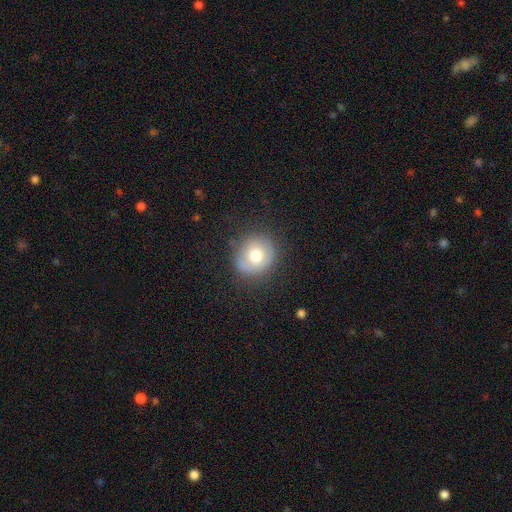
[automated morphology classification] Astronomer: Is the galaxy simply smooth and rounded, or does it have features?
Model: smooth — 68%.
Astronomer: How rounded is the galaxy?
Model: round — 84%.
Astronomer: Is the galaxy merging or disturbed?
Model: none — 79%.